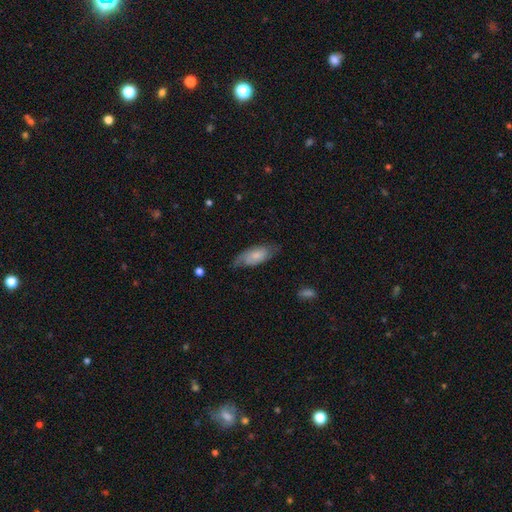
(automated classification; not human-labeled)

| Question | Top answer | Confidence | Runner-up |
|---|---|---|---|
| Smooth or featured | smooth | 55% | featured or disk (38%) |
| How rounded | in between | 85% | cigar-shaped (13%) |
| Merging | none | 62% | minor disturbance (28%) |